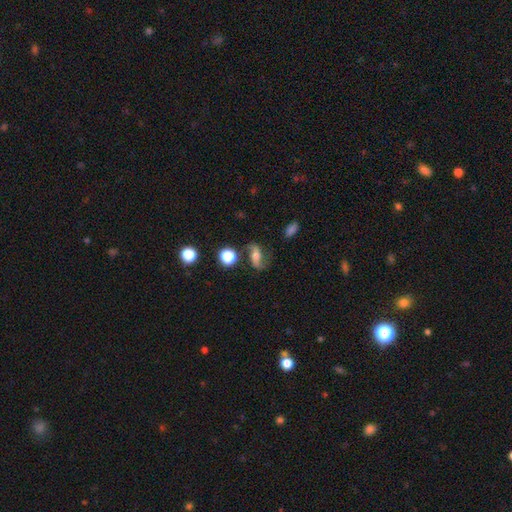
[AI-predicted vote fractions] Overall: featured or disk (61%; smooth 27%). Edge-on disk: no (92%). Bar: no (47%; weak 30%). Spiral arms: yes (89%). Spiral arm count: 2 (91%). Spiral winding: loose (69%). Bulge size: moderate (55%; small 27%). Merging: none (71%).